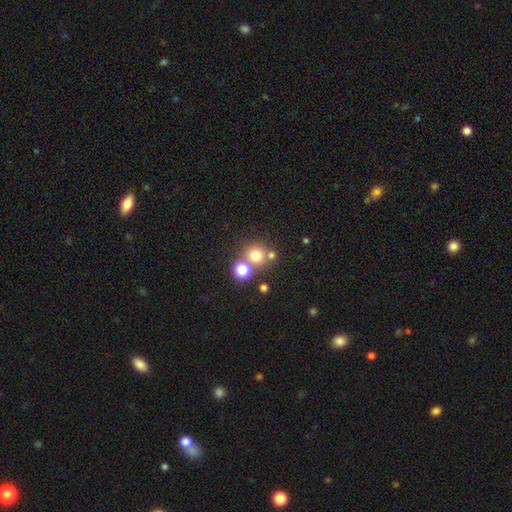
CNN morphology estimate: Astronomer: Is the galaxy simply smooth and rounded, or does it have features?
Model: smooth — 71%.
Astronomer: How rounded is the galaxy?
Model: round — 90%.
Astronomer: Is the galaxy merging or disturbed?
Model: none — 64%.